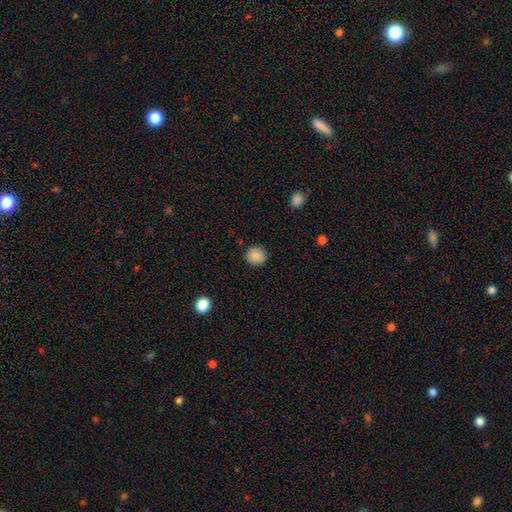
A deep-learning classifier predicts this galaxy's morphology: This is clearly a smooth galaxy (88%). How rounded: clearly round (84%). Merging: clearly none (89%).